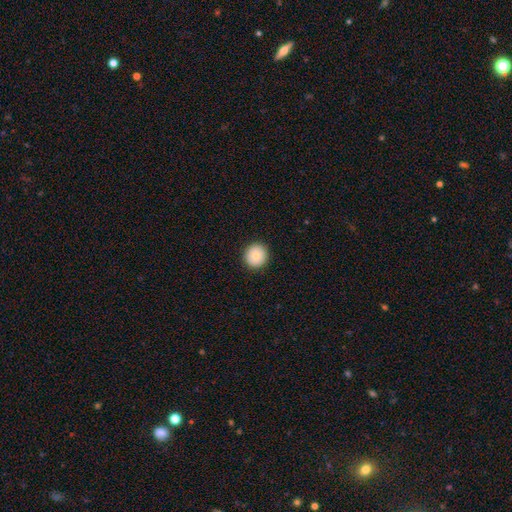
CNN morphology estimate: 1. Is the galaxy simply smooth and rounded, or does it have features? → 83% smooth, 9% star or artifact, 8% featured or disk.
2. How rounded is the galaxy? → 93% round, 6% in between, 1% cigar-shaped.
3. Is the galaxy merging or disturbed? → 92% none, 5% minor disturbance, 2% major disturbance, 1% merger.